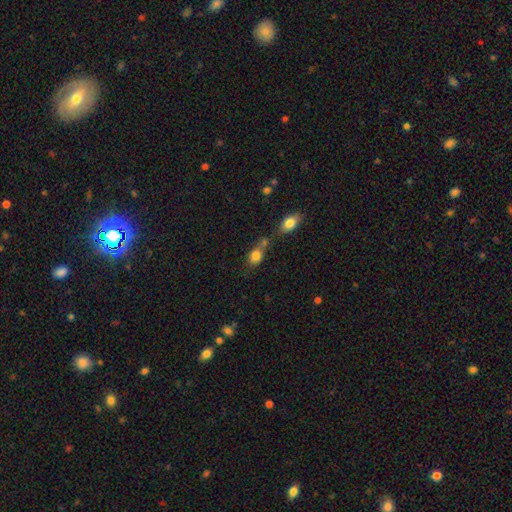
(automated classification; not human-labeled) Smooth or featured?
  - smooth: 81% *
  - star or artifact: 10%
  - featured or disk: 9%
How rounded?
  - in between: 66% *
  - round: 31%
  - cigar-shaped: 3%
Merging?
  - merger: 45% *
  - none: 36%
  - minor disturbance: 13%
  - major disturbance: 6%